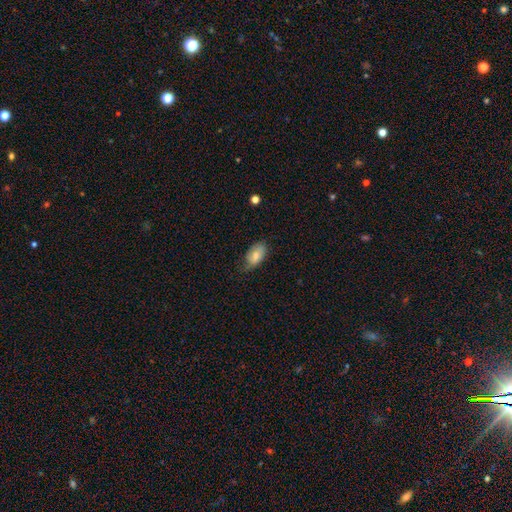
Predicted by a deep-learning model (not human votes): Morphology: type=smooth (76%); roundness=in between (93%); merging=none (58%).